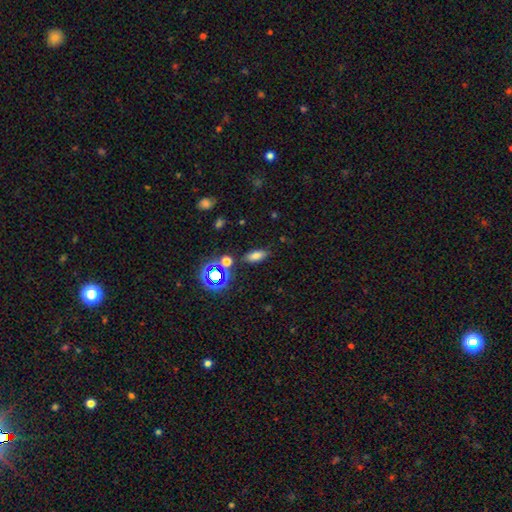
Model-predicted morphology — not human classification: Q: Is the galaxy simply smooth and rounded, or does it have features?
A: smooth — 69%.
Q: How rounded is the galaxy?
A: in between — 78%.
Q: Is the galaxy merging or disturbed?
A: none — 80%.